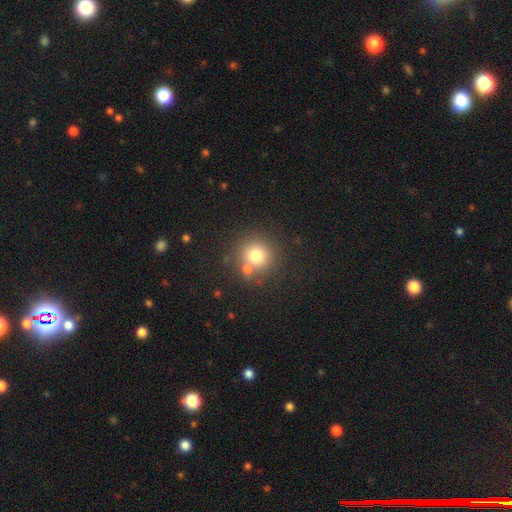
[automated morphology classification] Smooth or featured?
  - smooth: 77% *
  - star or artifact: 13%
  - featured or disk: 10%
How rounded?
  - round: 91% *
  - in between: 8%
  - cigar-shaped: 1%
Merging?
  - none: 69% *
  - merger: 19%
  - minor disturbance: 9%
  - major disturbance: 3%